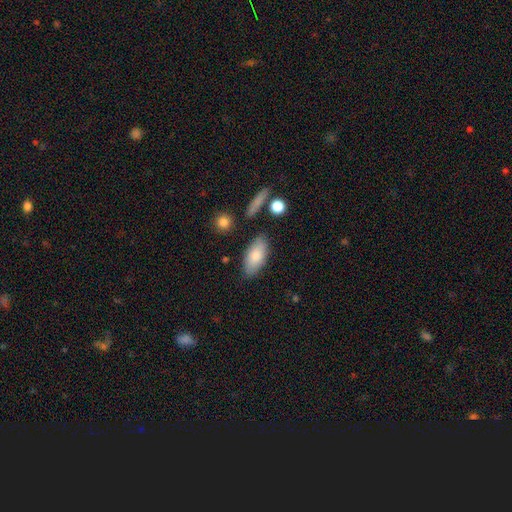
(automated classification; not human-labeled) Q: Smooth or featured?
A: smooth (80%); runner-up: featured or disk (14%)
Q: How rounded?
A: in between (89%); runner-up: cigar-shaped (8%)
Q: Merging?
A: none (80%); runner-up: minor disturbance (13%)